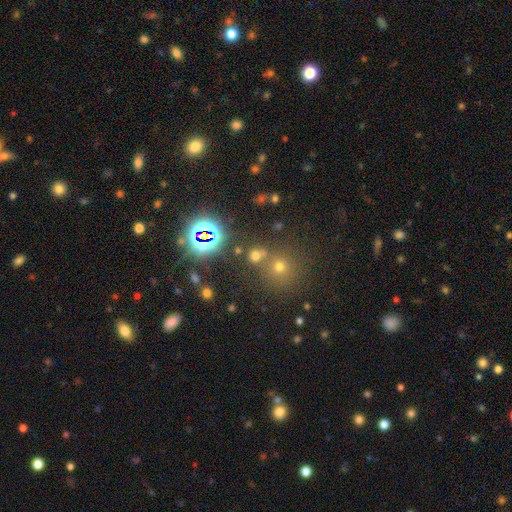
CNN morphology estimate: type=smooth (59%); roundness=round (81%); merging=none (63%).